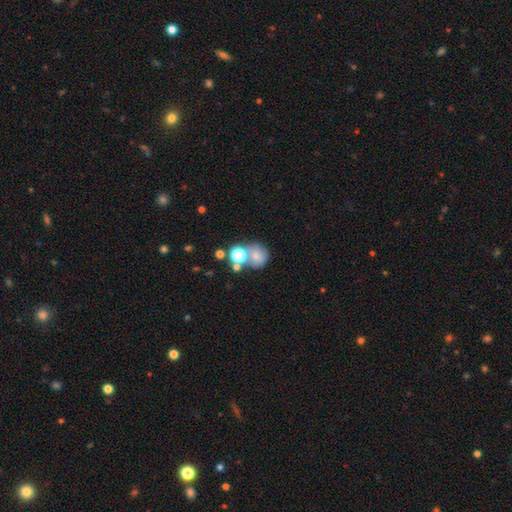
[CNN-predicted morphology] A smooth galaxy with no disk features (67%) that is round (77%).

Vote fractions:
- Smooth or featured? smooth: 67% / featured or disk: 18% / star or artifact: 15%
- How rounded? round: 77% / in between: 22% / cigar-shaped: 1%
- Merging? none: 40% / merger: 39% / minor disturbance: 12% / major disturbance: 8%